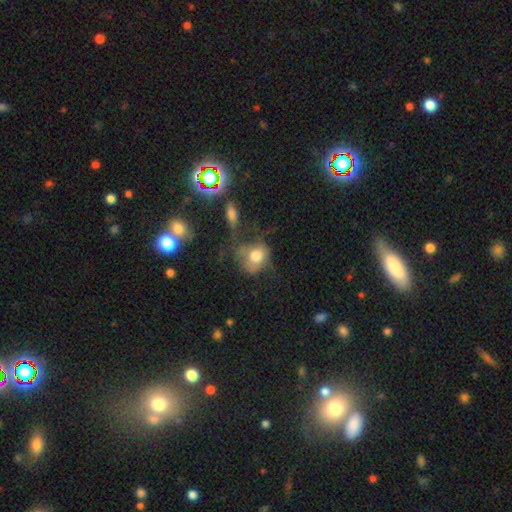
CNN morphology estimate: A smooth galaxy with no disk features (64%) that is round (63%).

Vote fractions:
- Smooth or featured? smooth: 64% / featured or disk: 24% / star or artifact: 12%
- How rounded? round: 63% / in between: 36% / cigar-shaped: 2%
- Merging? none: 35% / major disturbance: 29% / minor disturbance: 23% / merger: 12%